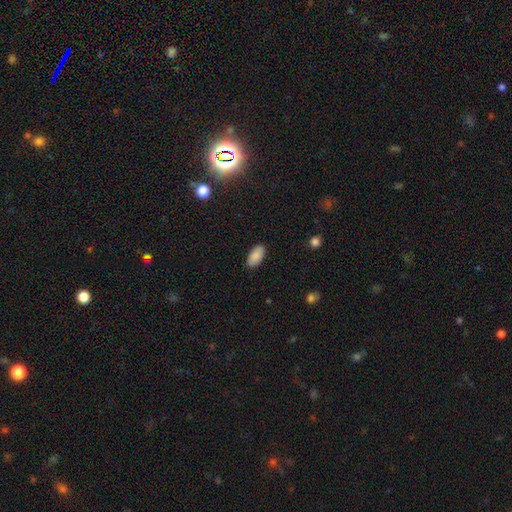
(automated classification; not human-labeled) A smooth galaxy with no disk features (89%) that is in between round and cigar-shaped (94%). Merging: none (88%).